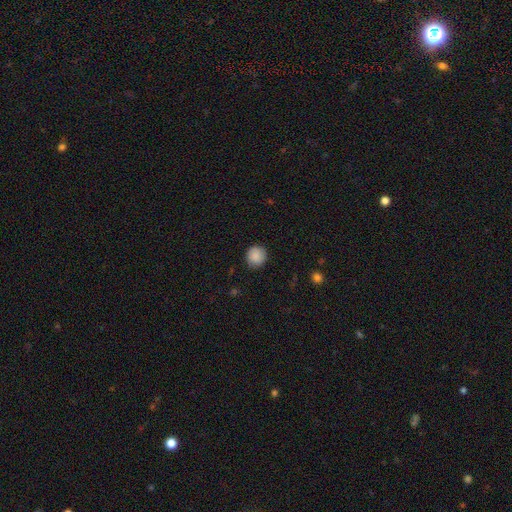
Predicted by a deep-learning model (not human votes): smooth_or_featured: smooth (p=0.87) [alt: star or artifact p=0.08]
how_rounded: round (p=0.90) [alt: in between p=0.09]
merging: none (p=0.87) [alt: minor disturbance p=0.10]